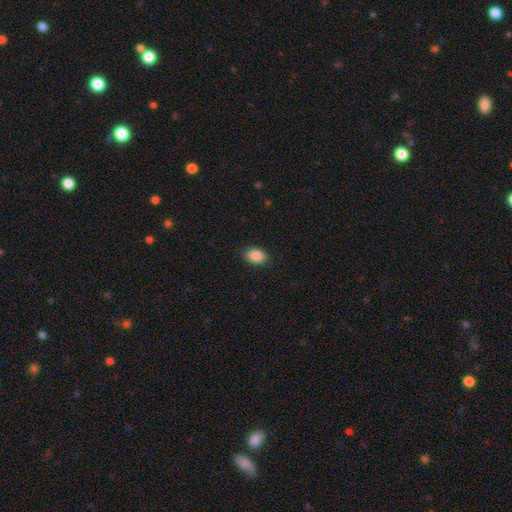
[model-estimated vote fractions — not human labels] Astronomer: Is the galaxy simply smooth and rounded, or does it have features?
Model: smooth — 89%.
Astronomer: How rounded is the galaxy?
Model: in between — 85%.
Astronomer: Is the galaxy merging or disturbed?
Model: none — 87%.